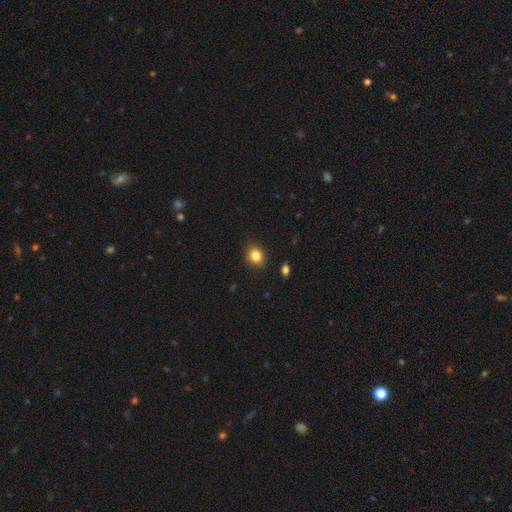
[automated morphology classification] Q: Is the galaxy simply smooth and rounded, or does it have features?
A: smooth — 84%.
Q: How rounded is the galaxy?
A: round — 60%.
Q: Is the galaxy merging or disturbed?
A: none — 88%.